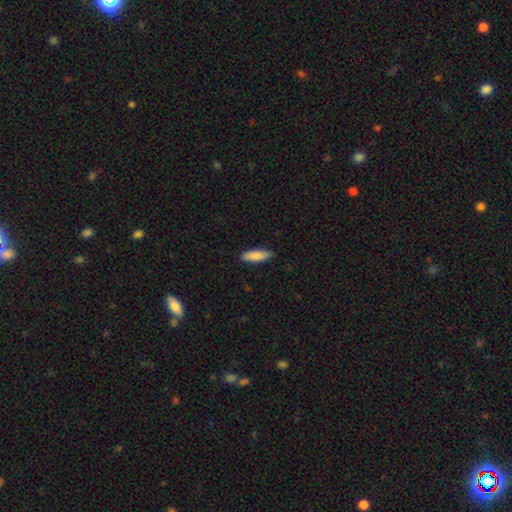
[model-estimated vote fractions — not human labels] Smooth or featured? smooth (85%)
How rounded? cigar-shaped (53%)
Merging? none (88%)